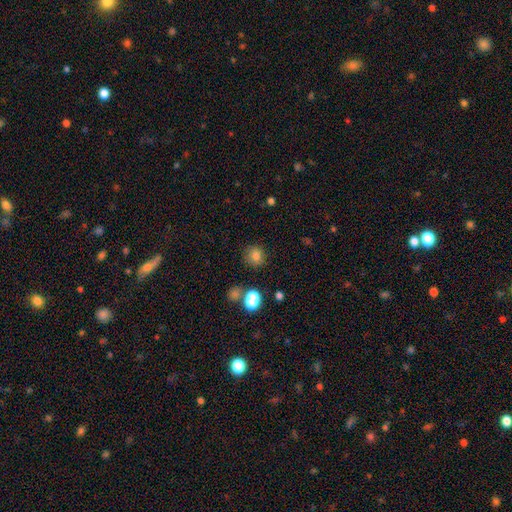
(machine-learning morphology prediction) Smooth or featured: smooth — 80% (star or artifact — 14%)
How rounded: round — 77% (in between — 21%)
Merging: none — 80% (minor disturbance — 11%)